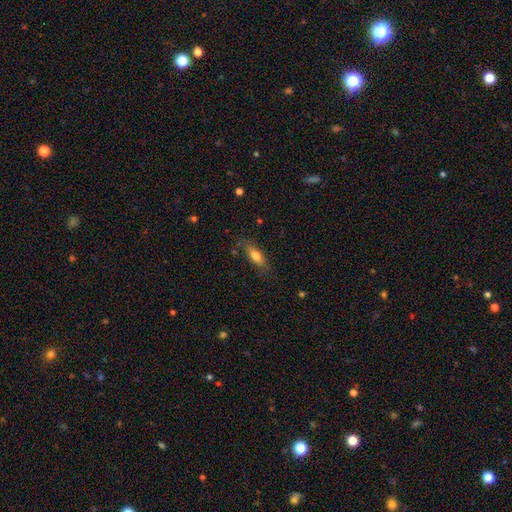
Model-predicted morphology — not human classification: Smooth or featured? Predicted: smooth (p=0.73). How rounded? Predicted: in between (p=0.64). Merging? Predicted: none (p=0.73).